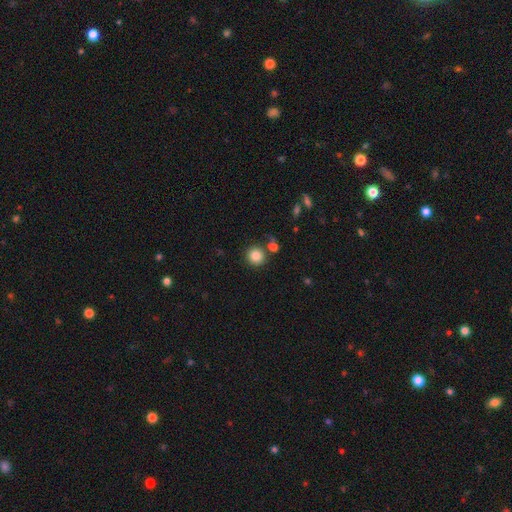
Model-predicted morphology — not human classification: The model was most divided on "merging": none: 77%, merger: 12%, minor disturbance: 9%, major disturbance: 3%. More confident: how rounded — round (92%); smooth or featured — smooth (84%).